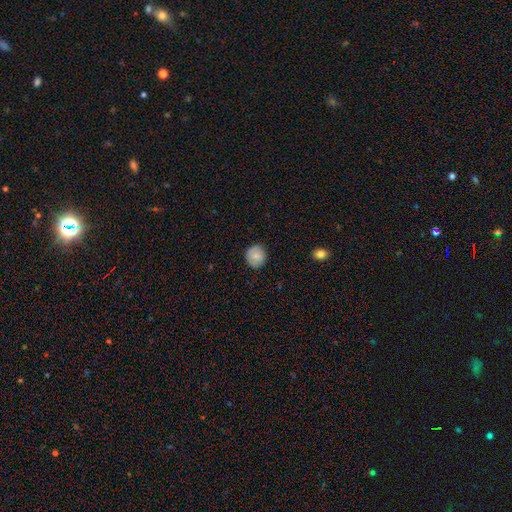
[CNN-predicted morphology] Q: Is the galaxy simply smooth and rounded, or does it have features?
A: smooth — 81%.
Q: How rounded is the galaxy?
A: round — 87%.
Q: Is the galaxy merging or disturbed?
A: none — 87%.